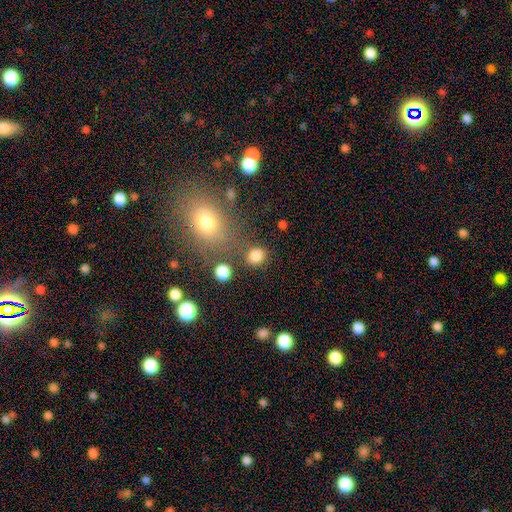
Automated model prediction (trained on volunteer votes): smooth 83%, star or artifact 12%, featured or disk 5%. Down the decision tree: how rounded — round (75%); merging — none (77%).